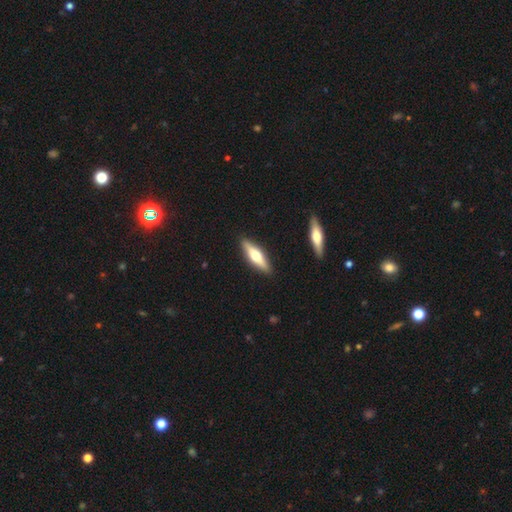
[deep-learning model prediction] Q: Smooth or featured?
A: featured or disk (54%); runner-up: smooth (41%)
Q: Edge-on disk?
A: yes (93%); runner-up: no (7%)
Q: Merging?
A: none (90%); runner-up: minor disturbance (7%)